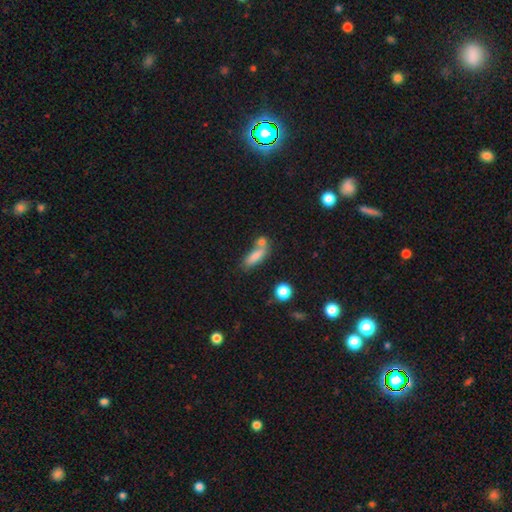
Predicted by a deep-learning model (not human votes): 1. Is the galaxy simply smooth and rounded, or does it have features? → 78% smooth, 13% featured or disk, 9% star or artifact.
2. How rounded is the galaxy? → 57% in between, 39% cigar-shaped, 4% round.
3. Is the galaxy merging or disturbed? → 42% none, 38% merger, 14% minor disturbance, 6% major disturbance.